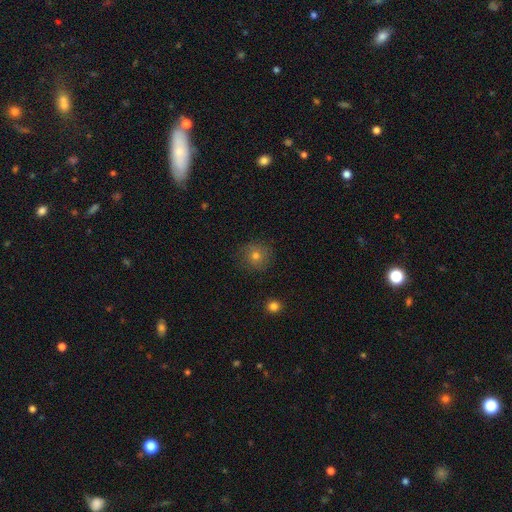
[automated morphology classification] A smooth galaxy with no disk features (67%) that is round (93%). Merging: none (85%).